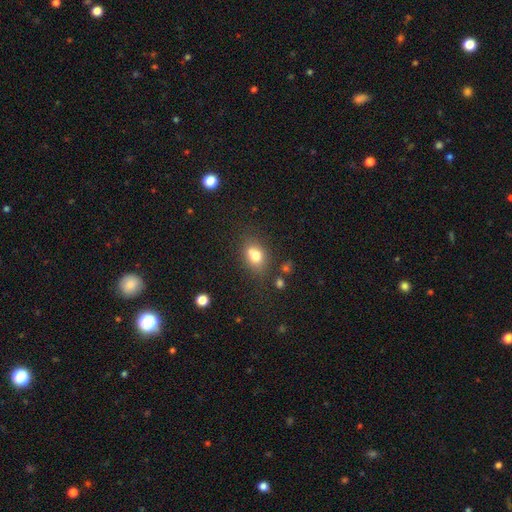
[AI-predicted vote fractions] Smooth or featured? smooth (73%)
How rounded? in between (61%)
Merging? none (53%)